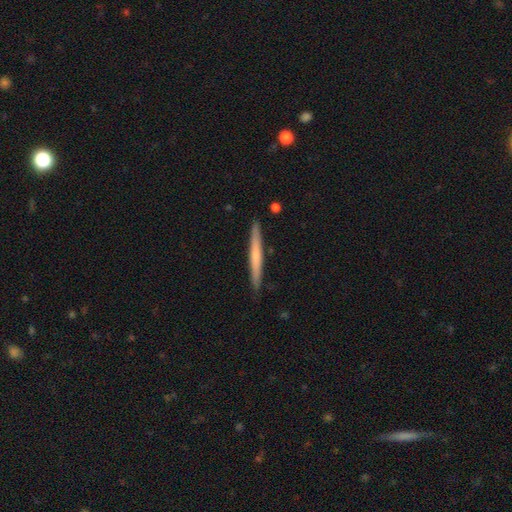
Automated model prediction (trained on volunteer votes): Smooth or featured: smooth — 52% (featured or disk — 43%)
How rounded: cigar-shaped — 97% (in between — 2%)
Merging: none — 90% (minor disturbance — 7%)